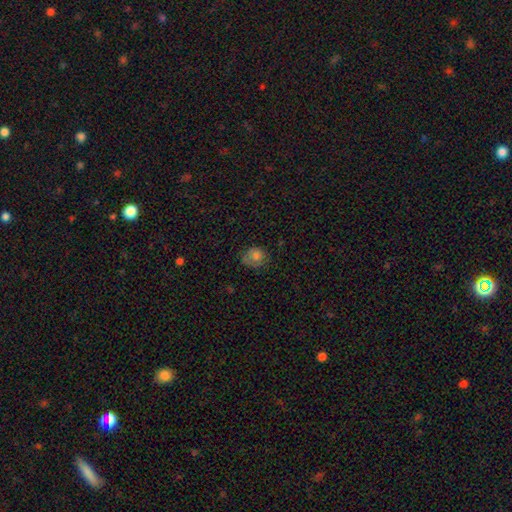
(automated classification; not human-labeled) Overall: smooth (75%). How rounded: round (72%). Merging: none (58%; minor disturbance 27%).